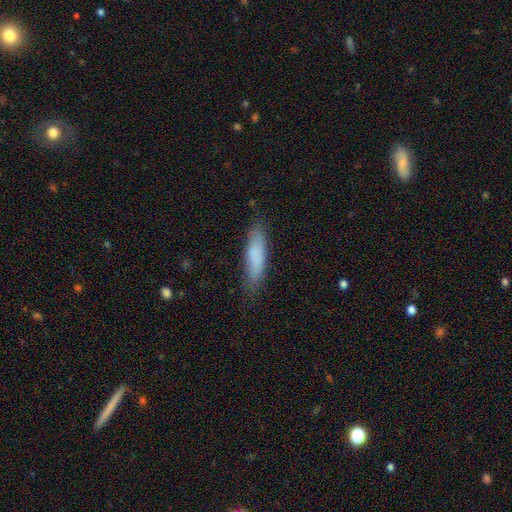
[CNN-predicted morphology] Smooth or featured?
  - smooth: 79% *
  - featured or disk: 14%
  - star or artifact: 6%
How rounded?
  - cigar-shaped: 73% *
  - in between: 26%
  - round: 1%
Merging?
  - none: 77% *
  - minor disturbance: 18%
  - major disturbance: 4%
  - merger: 1%